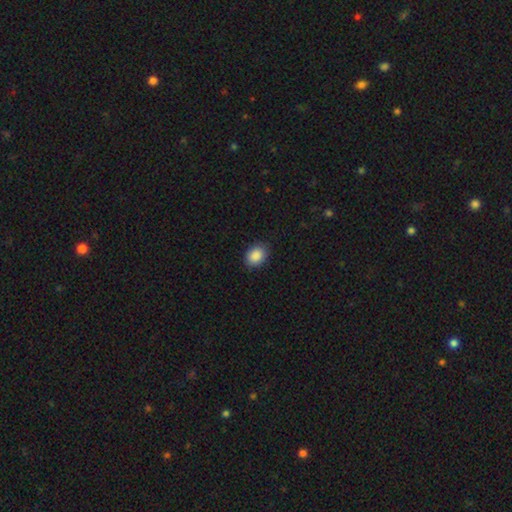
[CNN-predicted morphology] smooth 89%, star or artifact 8%, featured or disk 3%. Down the decision tree: how rounded — in between (66%); merging — none (87%).